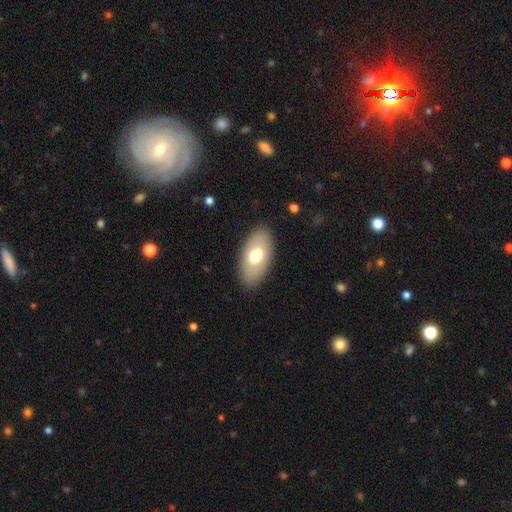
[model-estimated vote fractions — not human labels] A smooth galaxy with no disk features (67%) that is in between round and cigar-shaped (94%). Merging: none (87%).